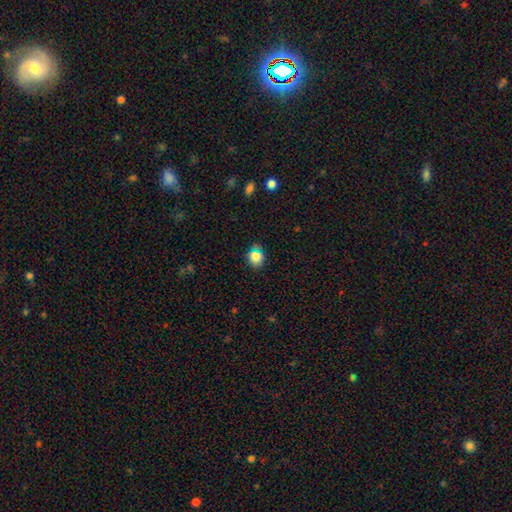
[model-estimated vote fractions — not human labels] Overall: smooth (79%). How rounded: round (71%). Merging: none (76%).